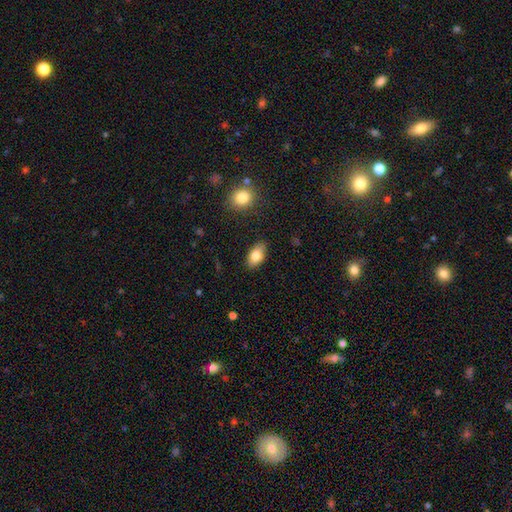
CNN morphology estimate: smooth 82%, featured or disk 10%, star or artifact 7%. Down the decision tree: how rounded — in between (91%); merging — none (85%).